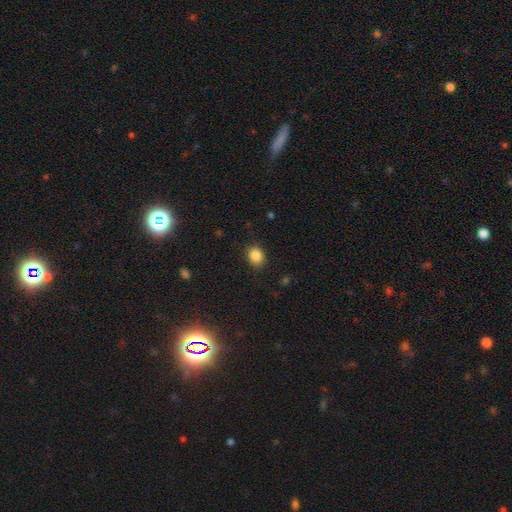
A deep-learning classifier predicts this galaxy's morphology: smooth-or-featured: smooth: 86% | star or artifact: 10% | featured or disk: 4%
  how-rounded: round: 61% | in between: 38% | cigar-shaped: 1%
  merging: none: 88% | minor disturbance: 8% | major disturbance: 2% | merger: 1%